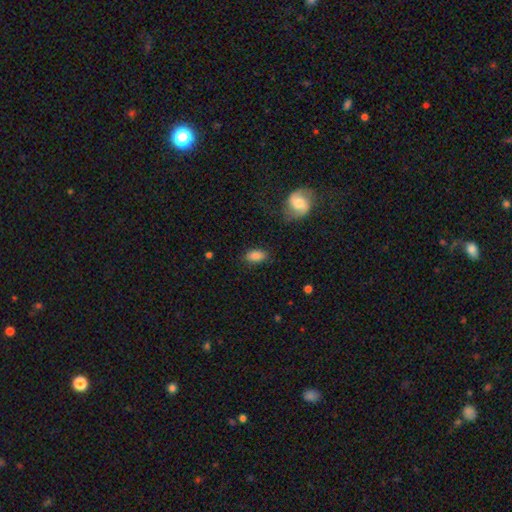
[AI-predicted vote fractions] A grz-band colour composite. It shows a smooth galaxy with no disk features (83%) that is in between round and cigar-shaped (91%). Merging: none (84%).